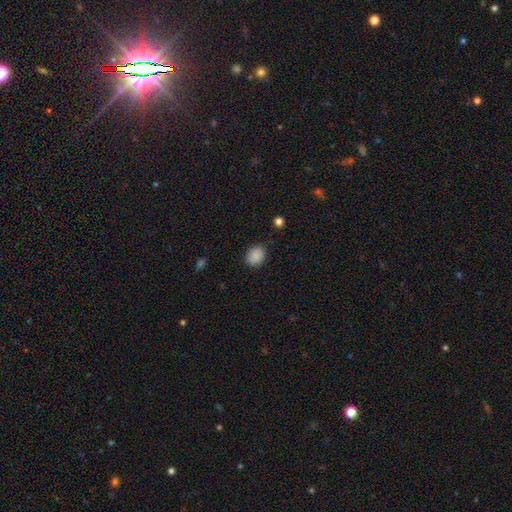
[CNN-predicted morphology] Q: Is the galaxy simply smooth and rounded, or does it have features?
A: smooth — 88%.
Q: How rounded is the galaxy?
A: round — 51%.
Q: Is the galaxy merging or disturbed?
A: none — 83%.